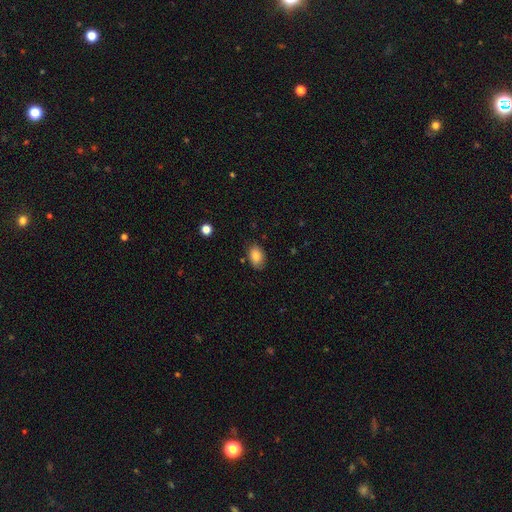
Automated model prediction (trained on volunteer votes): Overall: smooth (83%). How rounded: in between (87%). Merging: none (79%).